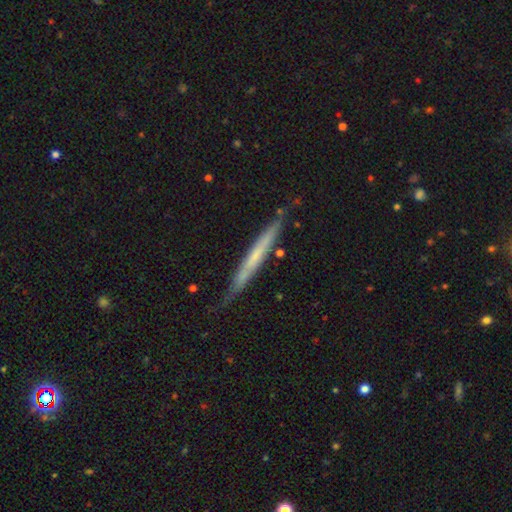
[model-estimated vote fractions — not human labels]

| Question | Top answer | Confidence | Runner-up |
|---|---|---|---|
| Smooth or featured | featured or disk | 55% | smooth (39%) |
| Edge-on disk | yes | 94% | no (6%) |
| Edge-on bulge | none | 80% | rounded (15%) |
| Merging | none | 79% | minor disturbance (16%) |